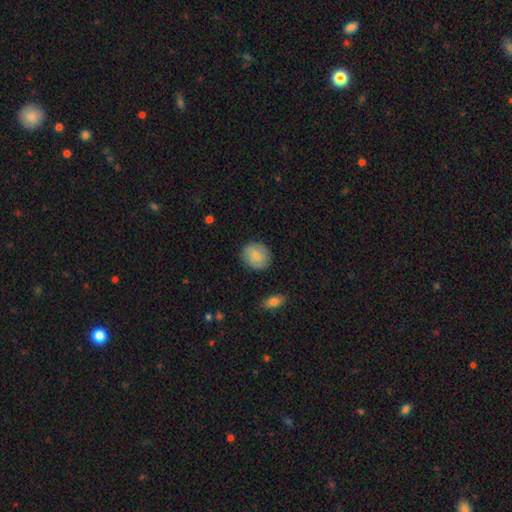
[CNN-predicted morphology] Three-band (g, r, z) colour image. It shows a smooth galaxy with no disk features (75%) that is round (79%). Merging: none (85%).